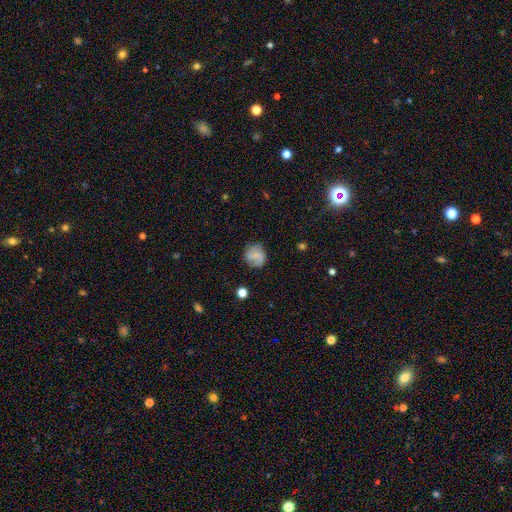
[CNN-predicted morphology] smooth_or_featured: smooth (p=0.60) [alt: featured or disk p=0.30]
how_rounded: round (p=0.82) [alt: in between p=0.17]
merging: none (p=0.73) [alt: minor disturbance p=0.19]